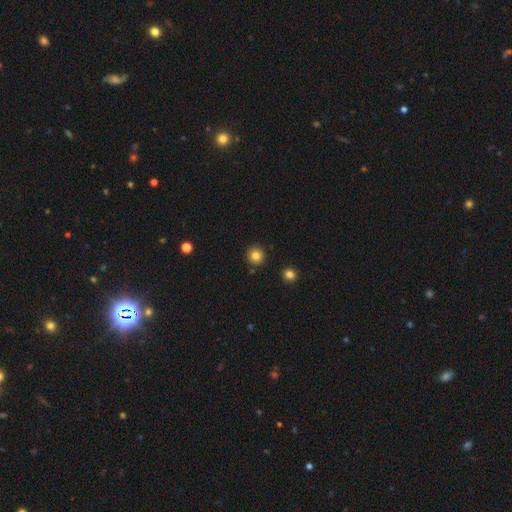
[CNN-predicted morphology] Smooth or featured? Predicted: smooth (p=0.83). How rounded? Predicted: round (p=0.95). Merging? Predicted: none (p=0.90).